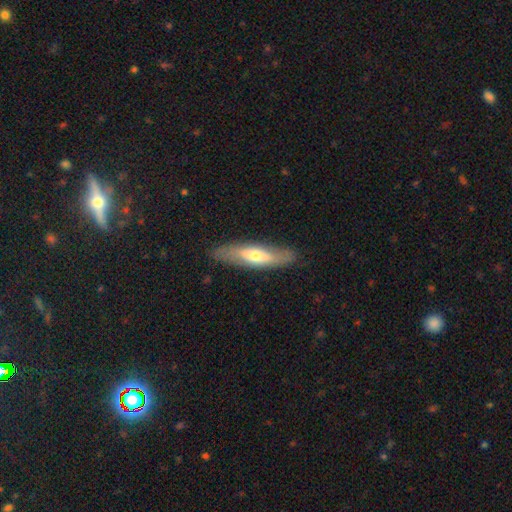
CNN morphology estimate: Smooth or featured? Predicted: smooth (p=0.49). Merging? Predicted: none (p=0.84).